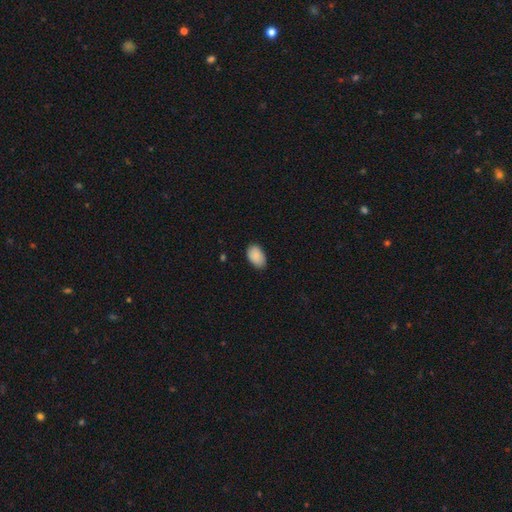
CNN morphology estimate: This is clearly a smooth galaxy (89%). How rounded: clearly in between (92%). Merging: clearly none (81%).